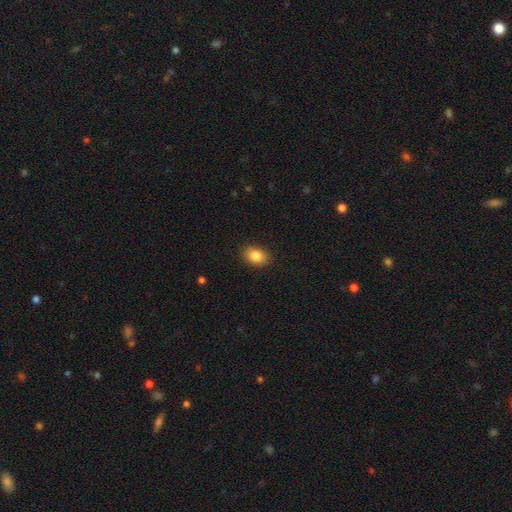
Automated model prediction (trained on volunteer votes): The model was most divided on "how rounded": in between: 76%, round: 23%, cigar-shaped: 1%. More confident: merging — none (89%); smooth or featured — smooth (86%).